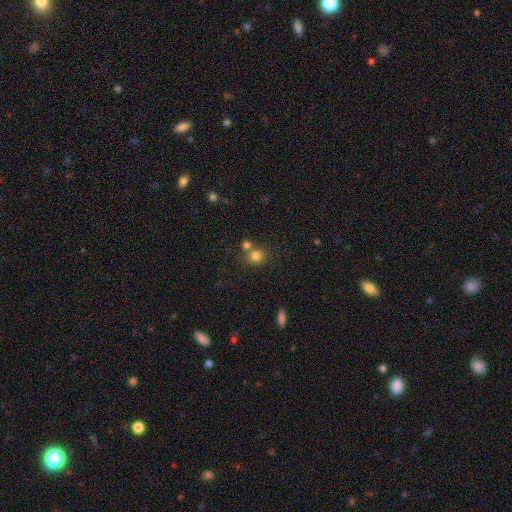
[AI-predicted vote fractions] The model was most divided on "merging": none: 59%, merger: 29%, minor disturbance: 9%, major disturbance: 4%. More confident: how rounded — round (84%); smooth or featured — smooth (80%).